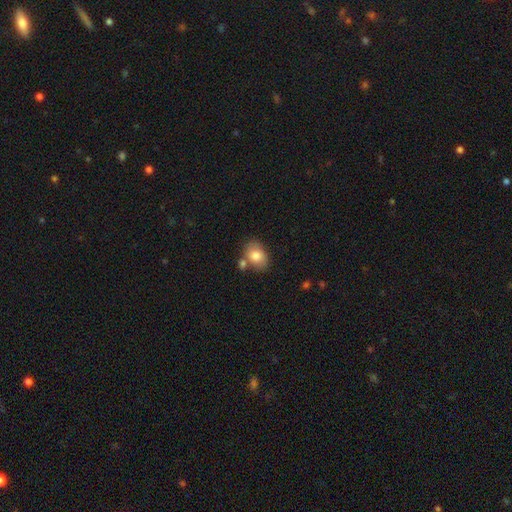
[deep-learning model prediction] Morphology: type=smooth (79%); roundness=in between (77%); merging=none (64%).